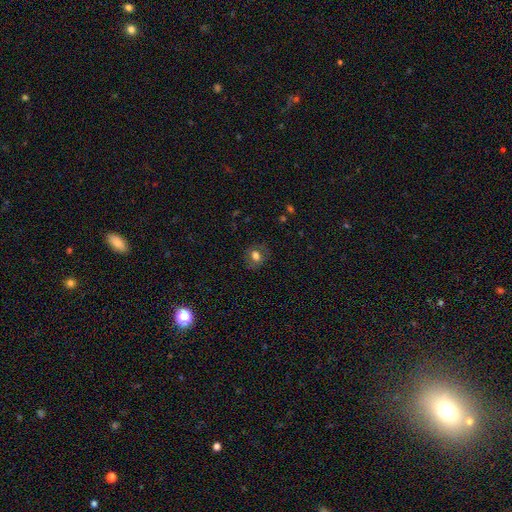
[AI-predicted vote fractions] The model was most divided on "how rounded": round: 61%, in between: 37%, cigar-shaped: 1%. More confident: merging — none (82%); smooth or featured — smooth (69%).